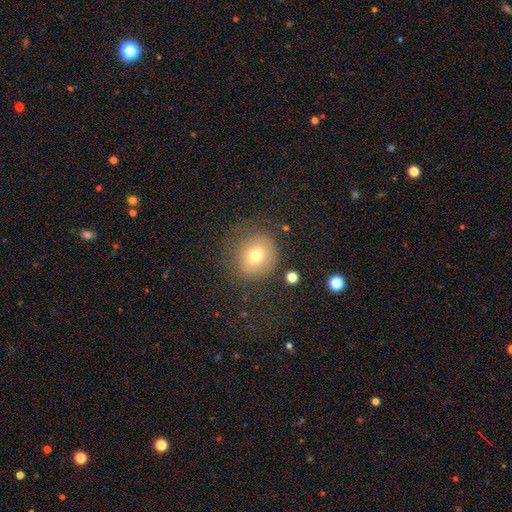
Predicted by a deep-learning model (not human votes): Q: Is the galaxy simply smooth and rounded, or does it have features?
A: smooth — 71%.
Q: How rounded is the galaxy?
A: round — 84%.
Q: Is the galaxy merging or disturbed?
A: none — 70%.